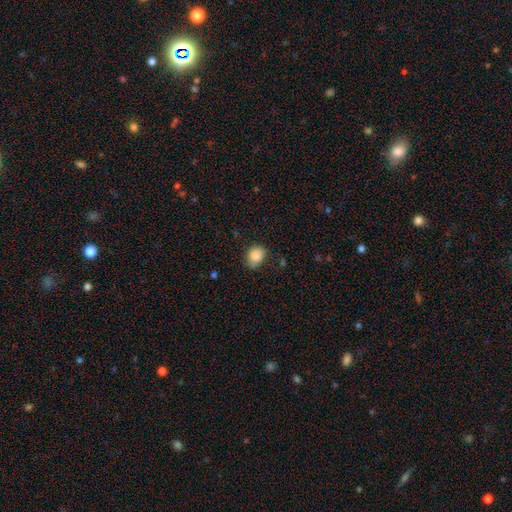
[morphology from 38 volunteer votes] A smooth galaxy with no disk features (95%) that is round (69%).

Vote fractions:
- Smooth or featured? smooth: 95% / featured or disk: 3% / star or artifact: 3%
- How rounded? round: 69% / in between: 31% / cigar-shaped: 0%
- Merging? none: 70% / minor disturbance: 24% / major disturbance: 3% / merger: 3%